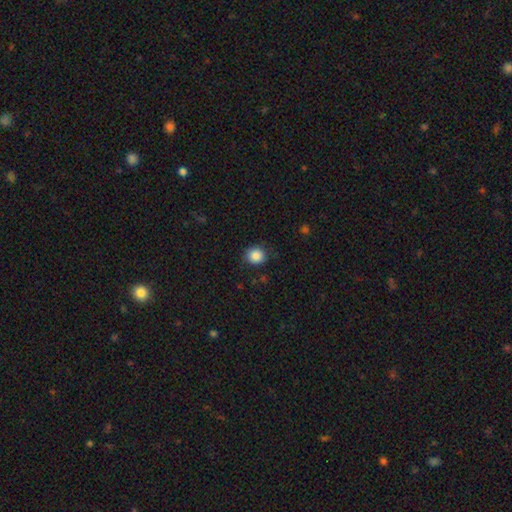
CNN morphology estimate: The model was most divided on "how rounded": round: 81%, in between: 18%, cigar-shaped: 1%. More confident: smooth or featured — smooth (87%); merging — none (86%).